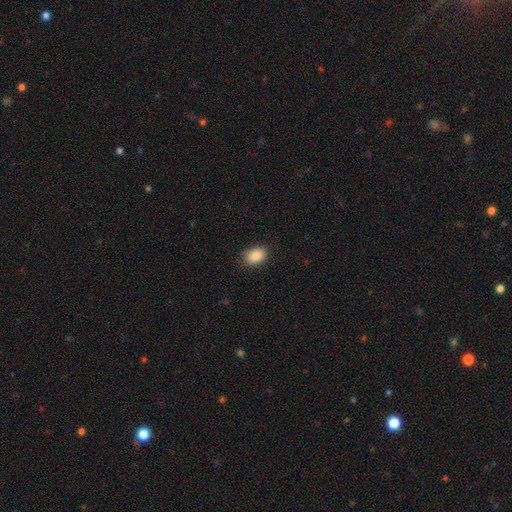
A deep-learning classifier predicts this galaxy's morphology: A smooth galaxy with no disk features (89%) that is in between round and cigar-shaped (84%).

Vote fractions:
- Smooth or featured? smooth: 89% / star or artifact: 8% / featured or disk: 4%
- How rounded? in between: 84% / round: 15% / cigar-shaped: 1%
- Merging? none: 86% / minor disturbance: 10% / major disturbance: 2% / merger: 1%